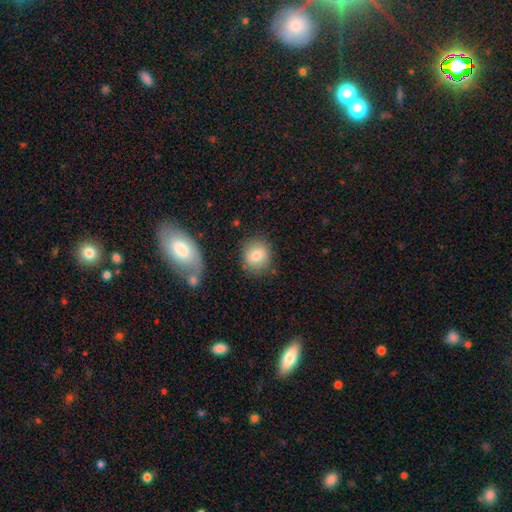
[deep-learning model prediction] Smooth or featured? smooth (80%)
How rounded? round (76%)
Merging? none (80%)